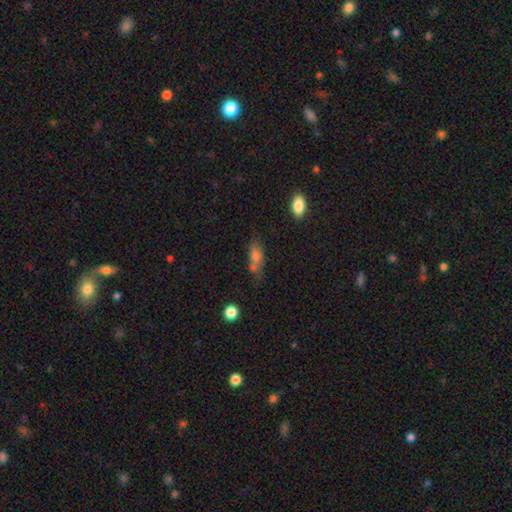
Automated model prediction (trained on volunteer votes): A smooth galaxy with no disk features (71%) that is in between round and cigar-shaped (70%).

Vote fractions:
- Smooth or featured? smooth: 71% / featured or disk: 18% / star or artifact: 11%
- How rounded? in between: 70% / cigar-shaped: 24% / round: 6%
- Merging? none: 44% / minor disturbance: 25% / merger: 18% / major disturbance: 13%